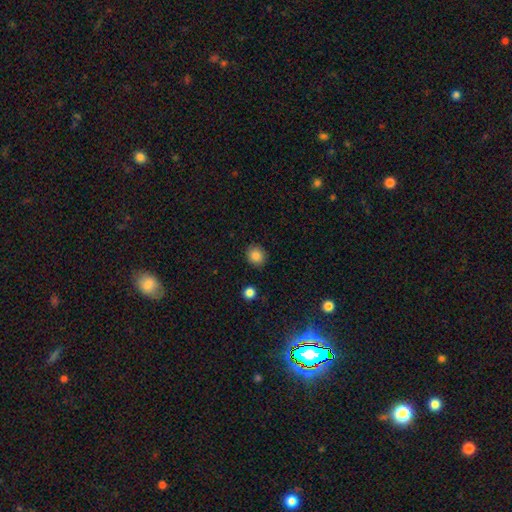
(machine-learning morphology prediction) A smooth galaxy with no disk features (85%) that is round (80%). Merging: none (89%).